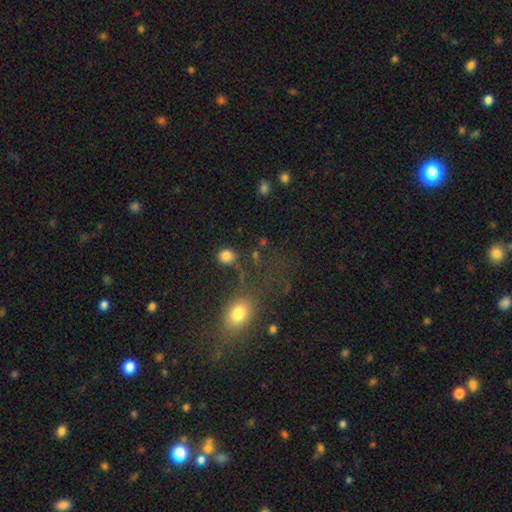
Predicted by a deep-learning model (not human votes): Q: Smooth or featured?
A: smooth (65%); runner-up: star or artifact (24%)
Q: How rounded?
A: round (61%); runner-up: in between (36%)
Q: Merging?
A: none (64%); runner-up: minor disturbance (13%)